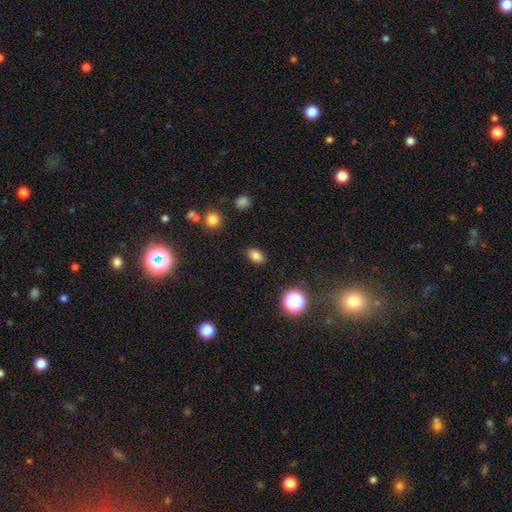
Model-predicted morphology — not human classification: This appears to be a smooth galaxy with no disk features (82%) that is in between round and cigar-shaped (81%). Merging: none (87%).